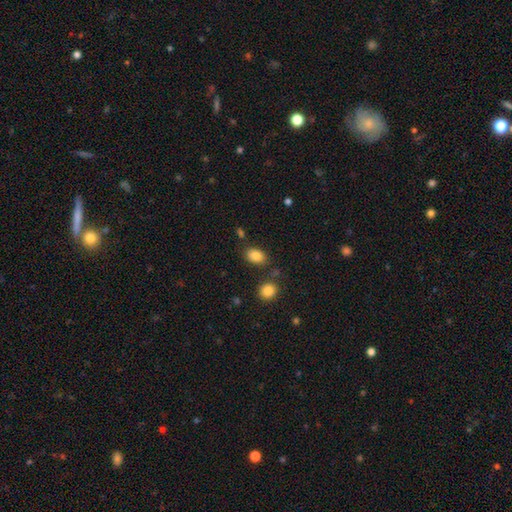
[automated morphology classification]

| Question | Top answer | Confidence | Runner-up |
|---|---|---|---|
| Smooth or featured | smooth | 85% | star or artifact (9%) |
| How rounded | in between | 82% | round (17%) |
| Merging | none | 78% | minor disturbance (12%) |